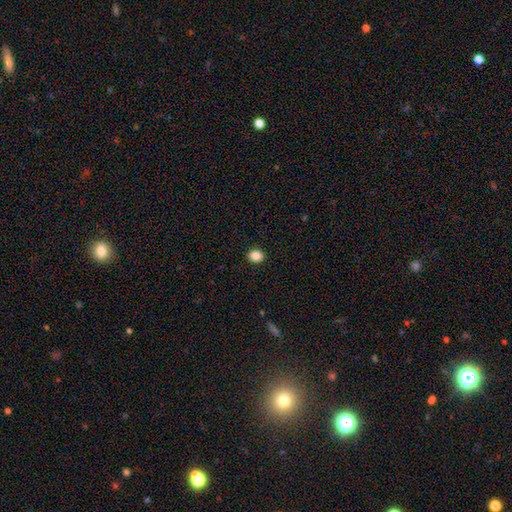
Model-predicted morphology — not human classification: Smooth or featured?
  - smooth: 86% *
  - star or artifact: 10%
  - featured or disk: 4%
How rounded?
  - round: 60% *
  - in between: 40%
  - cigar-shaped: 1%
Merging?
  - none: 91% *
  - minor disturbance: 6%
  - major disturbance: 2%
  - merger: 1%